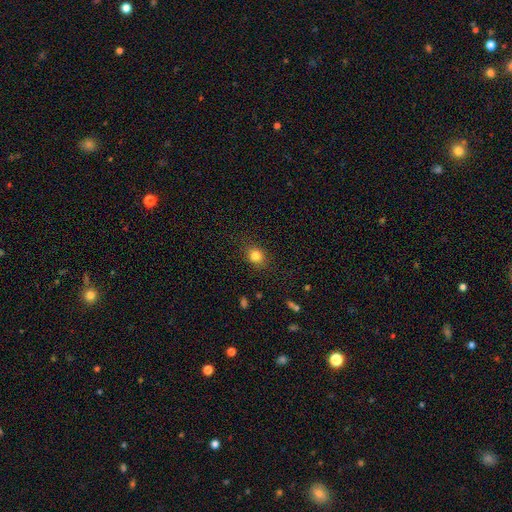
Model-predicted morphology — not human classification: Overall: smooth (82%). How rounded: round (64%; in between 34%). Merging: none (81%).